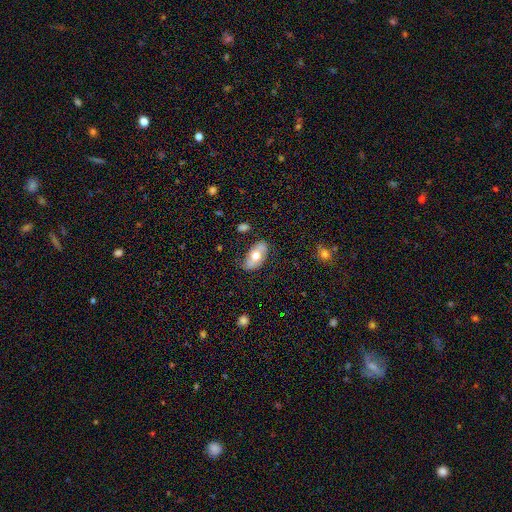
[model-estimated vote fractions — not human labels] The model was most divided on "smooth or featured": smooth: 56%, featured or disk: 38%, star or artifact: 6%. More confident: how rounded — in between (92%); merging — none (74%).